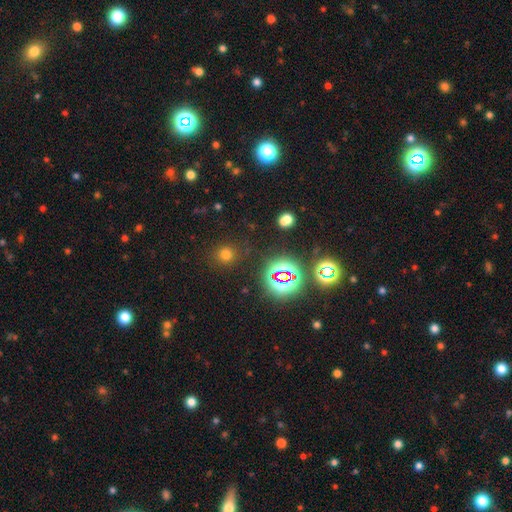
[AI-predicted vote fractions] smooth-or-featured: star or artifact: 69% | smooth: 24% | featured or disk: 7%